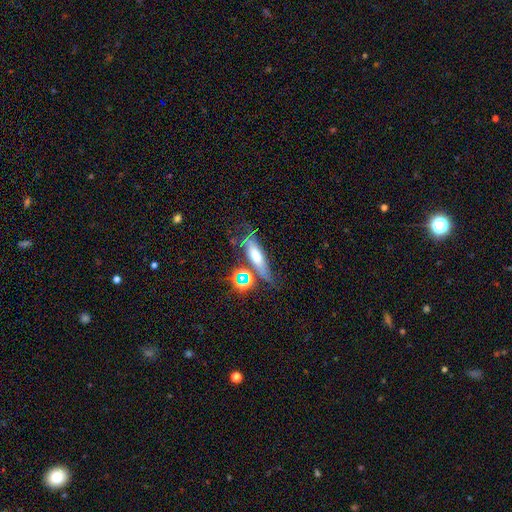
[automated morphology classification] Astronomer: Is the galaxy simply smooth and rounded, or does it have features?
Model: smooth — 47% (runner-up: featured or disk, 34%).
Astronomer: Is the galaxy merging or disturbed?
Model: none — 52%.